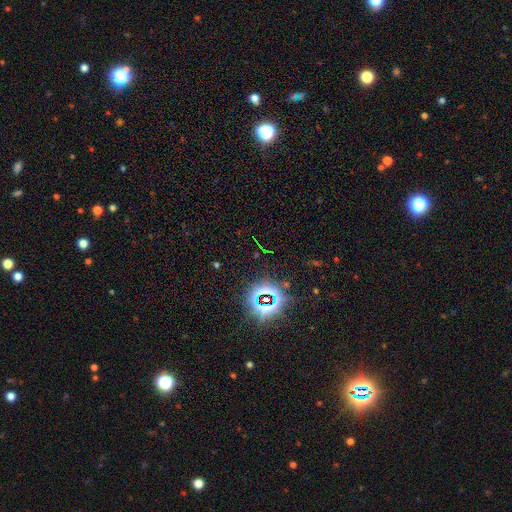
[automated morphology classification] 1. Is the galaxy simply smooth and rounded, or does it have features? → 79% star or artifact, 13% smooth, 8% featured or disk.